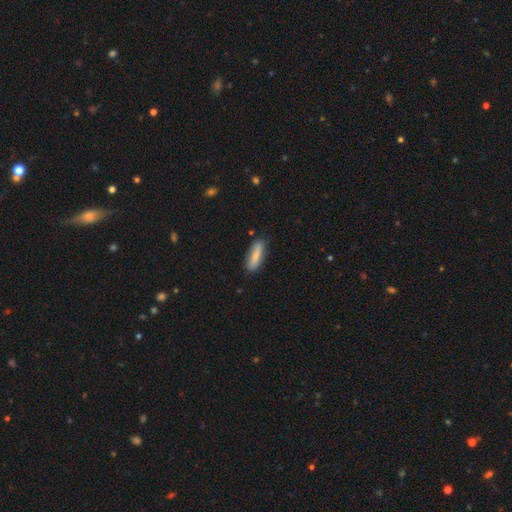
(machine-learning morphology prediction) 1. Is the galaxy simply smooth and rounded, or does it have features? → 78% smooth, 16% featured or disk, 6% star or artifact.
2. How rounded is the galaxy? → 49% cigar-shaped (tied), 49% in between (tied), 2% round.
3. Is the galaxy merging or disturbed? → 80% none, 15% minor disturbance, 3% major disturbance, 2% merger.